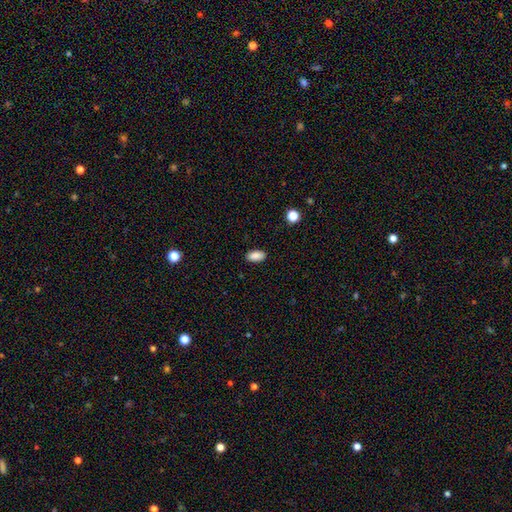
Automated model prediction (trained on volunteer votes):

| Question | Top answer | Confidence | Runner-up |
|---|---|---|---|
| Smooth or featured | smooth | 88% | star or artifact (8%) |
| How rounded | in between | 93% | round (4%) |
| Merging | none | 89% | minor disturbance (8%) |